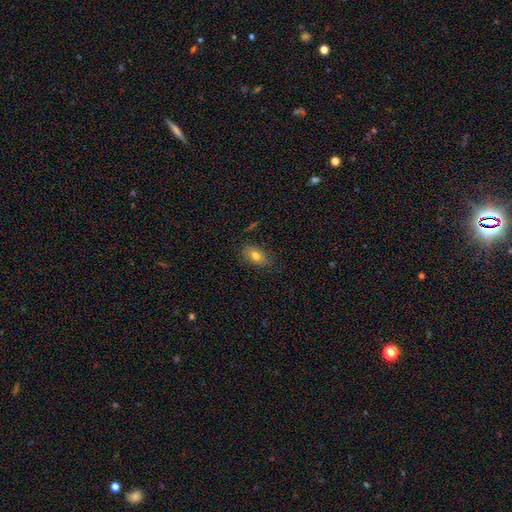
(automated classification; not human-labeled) smooth_or_featured: smooth (p=0.77) [alt: featured or disk p=0.13]
how_rounded: in between (p=0.84) [alt: round p=0.13]
merging: none (p=0.79) [alt: minor disturbance p=0.16]